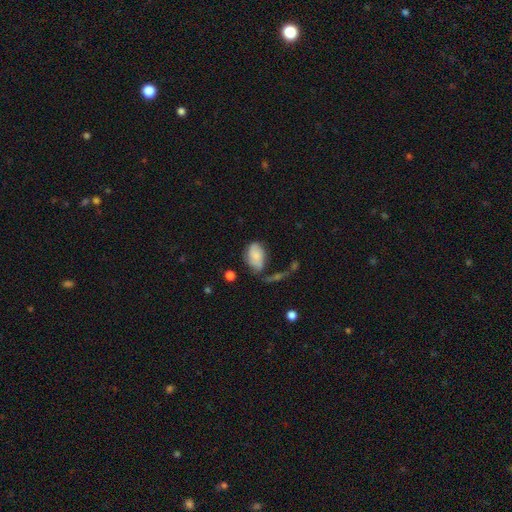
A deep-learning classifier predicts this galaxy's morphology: smooth-or-featured: smooth: 77% | featured or disk: 15% | star or artifact: 8%
  how-rounded: in between: 89% | round: 9% | cigar-shaped: 2%
  merging: none: 47% | minor disturbance: 32% | major disturbance: 13% | merger: 8%